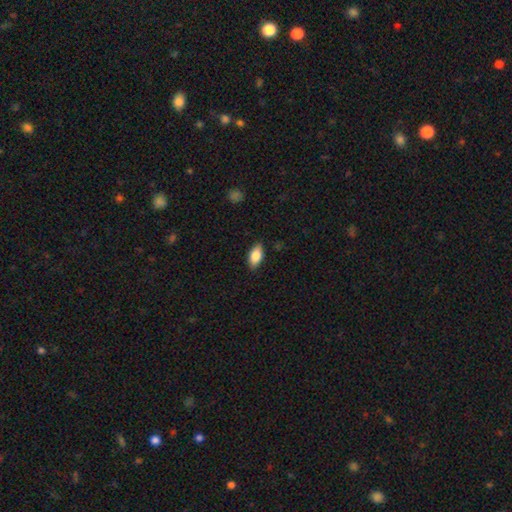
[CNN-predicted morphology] This is clearly a smooth galaxy (83%). How rounded: clearly in between (90%). Merging: clearly none (85%).